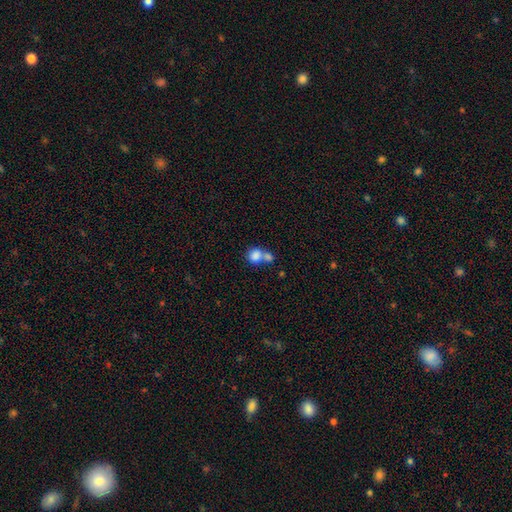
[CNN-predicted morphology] A smooth galaxy with no disk features (80%) that is round (71%). Merging: merger (60%).